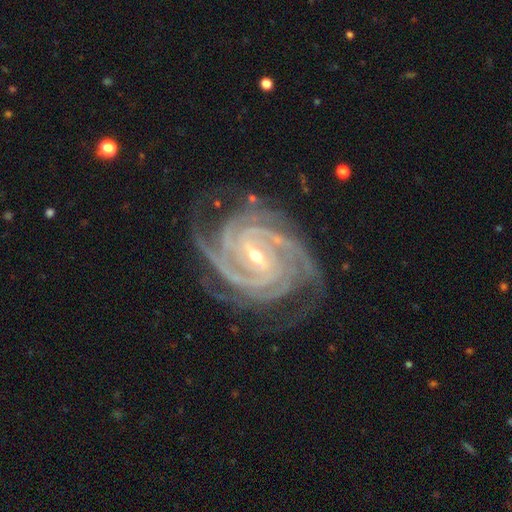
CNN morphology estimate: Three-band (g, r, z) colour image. It shows a featured or disk galaxy (94%) with a strong bar (47%), 4 (37%) tight (78%) spiral arms (99%) and a small central bulge (64%). Merging: none (78%).